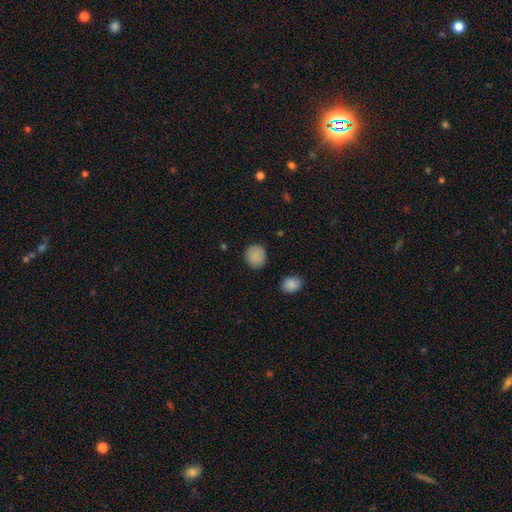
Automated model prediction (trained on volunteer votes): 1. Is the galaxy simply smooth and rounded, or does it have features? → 87% smooth, 9% star or artifact, 5% featured or disk.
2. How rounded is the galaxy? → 81% round, 18% in between, 1% cigar-shaped.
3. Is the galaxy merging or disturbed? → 86% none, 10% minor disturbance, 2% major disturbance, 2% merger.